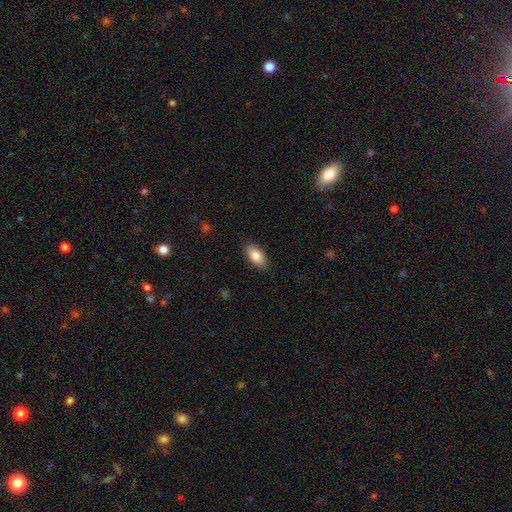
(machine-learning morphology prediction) smooth_or_featured: smooth (p=0.85) [alt: featured or disk p=0.08]
how_rounded: in between (p=0.92) [alt: cigar-shaped p=0.05]
merging: none (p=0.87) [alt: minor disturbance p=0.10]